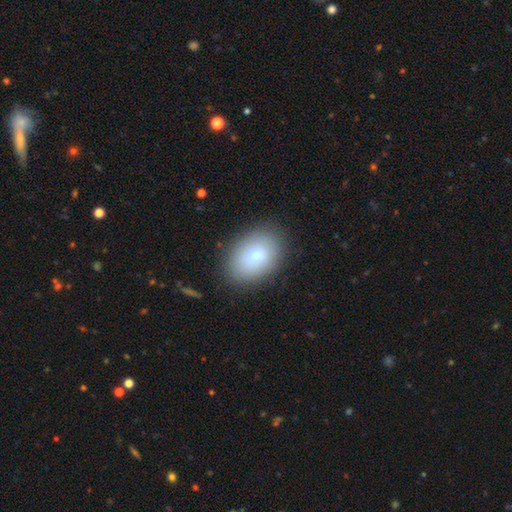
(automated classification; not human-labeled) Smooth or featured?
  - smooth: 78% *
  - featured or disk: 13%
  - star or artifact: 9%
How rounded?
  - in between: 80% *
  - round: 19%
  - cigar-shaped: 1%
Merging?
  - none: 86% *
  - minor disturbance: 10%
  - major disturbance: 3%
  - merger: 1%